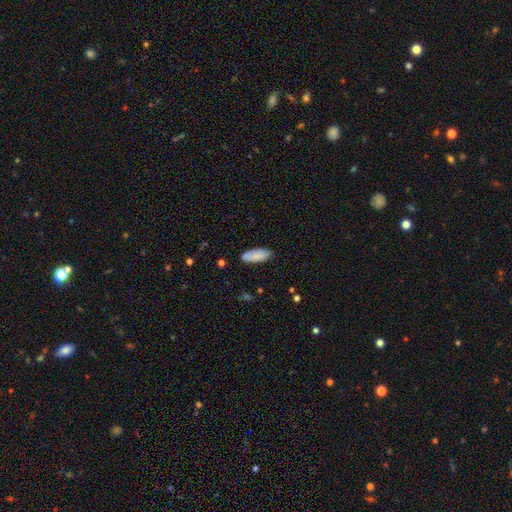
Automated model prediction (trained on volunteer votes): Smooth or featured? Predicted: smooth (p=0.78). How rounded? Predicted: in between (p=0.81). Merging? Predicted: none (p=0.78).